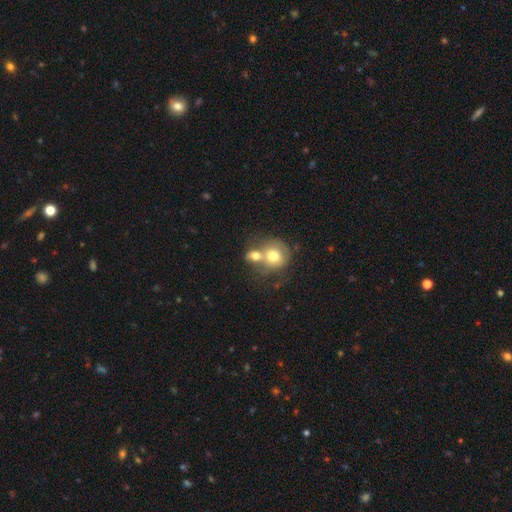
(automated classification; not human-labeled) A smooth galaxy with no disk features (70%) that is round (70%). Merging: merger (64%).